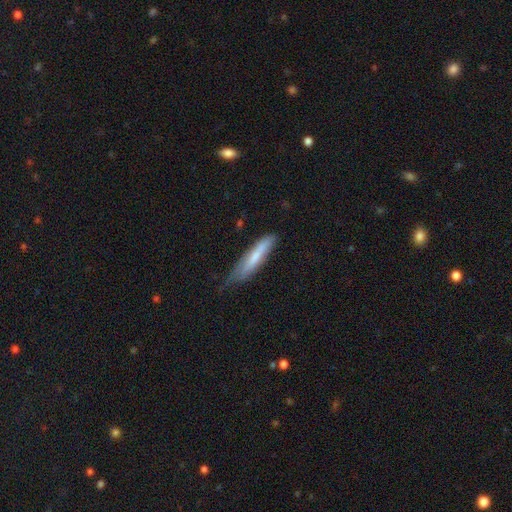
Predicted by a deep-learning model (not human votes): Smooth or featured? Predicted: smooth (p=0.67). How rounded? Predicted: cigar-shaped (p=0.85). Merging? Predicted: none (p=0.56).